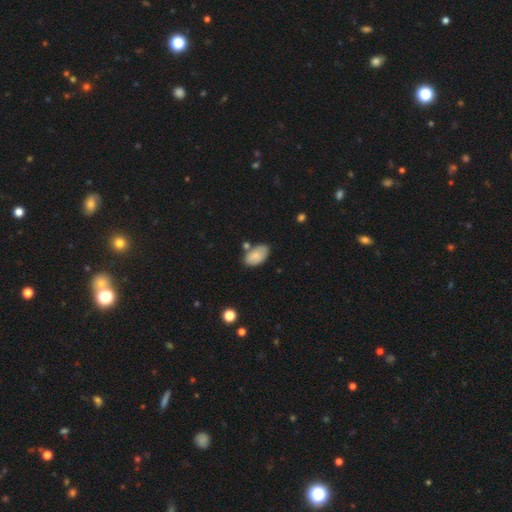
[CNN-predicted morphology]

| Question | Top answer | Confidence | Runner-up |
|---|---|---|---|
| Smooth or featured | smooth | 83% | featured or disk (10%) |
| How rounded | in between | 94% | round (4%) |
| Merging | none | 64% | minor disturbance (21%) |